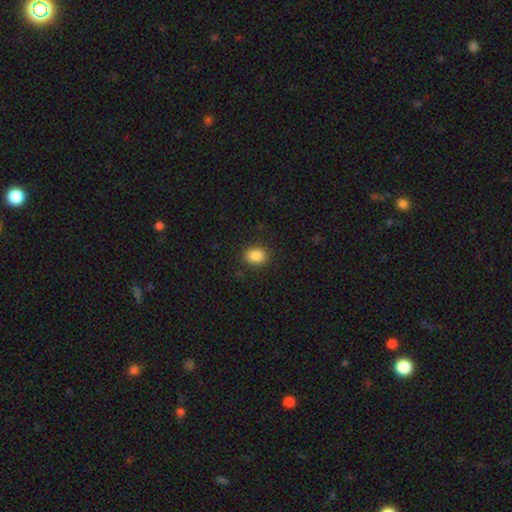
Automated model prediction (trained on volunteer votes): smooth-or-featured: smooth: 88% | star or artifact: 9% | featured or disk: 3%
  how-rounded: in between: 69% | round: 30% | cigar-shaped: 1%
  merging: none: 88% | minor disturbance: 9% | major disturbance: 3% | merger: 1%